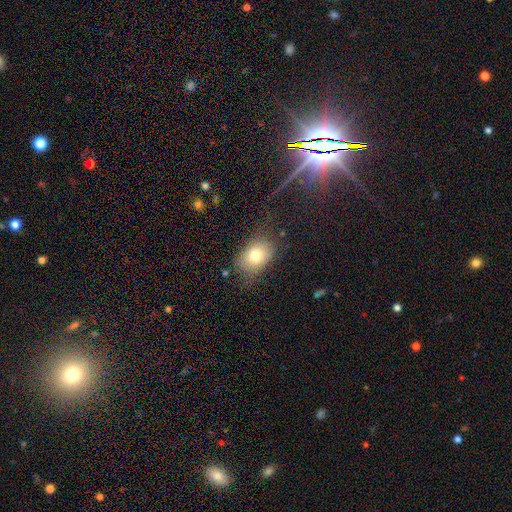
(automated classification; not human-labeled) A smooth galaxy with no disk features (76%) that is in between round and cigar-shaped (77%). Merging: none (68%).